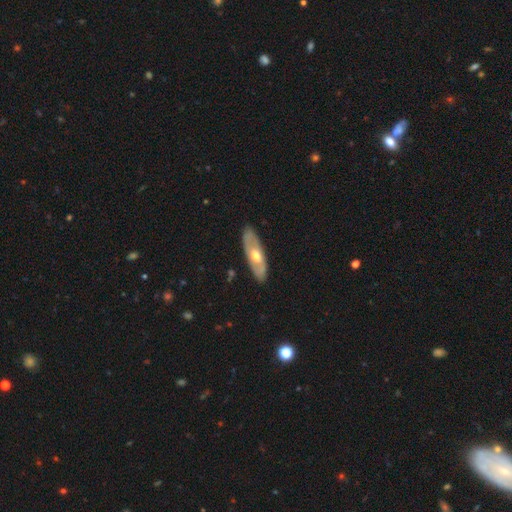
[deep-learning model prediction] Overall: featured or disk (58%; smooth 36%). Edge-on disk: no (67%; yes 33%). Merging: none (86%).